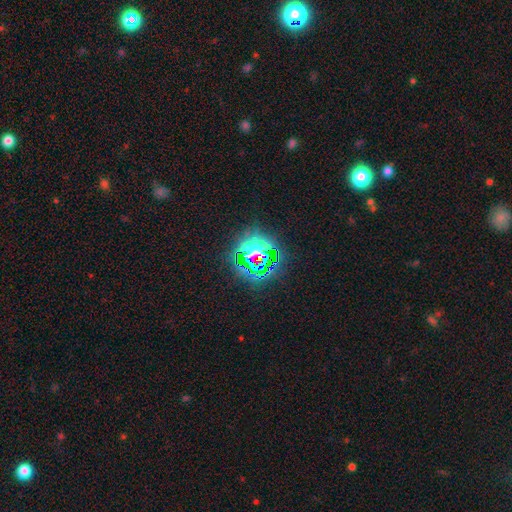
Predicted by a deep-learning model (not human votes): smooth-or-featured: star or artifact: 69% | smooth: 21% | featured or disk: 10%